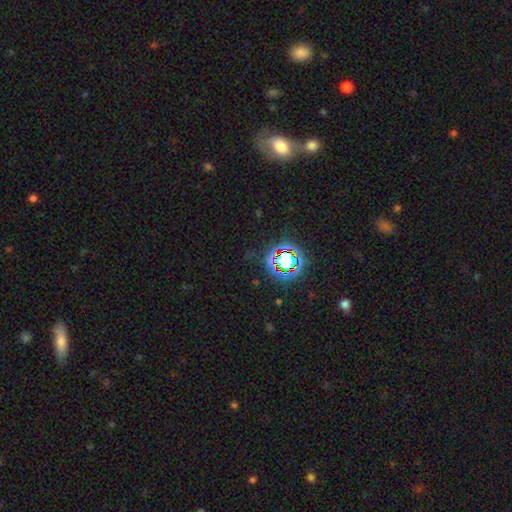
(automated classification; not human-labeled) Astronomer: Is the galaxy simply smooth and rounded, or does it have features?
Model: star or artifact — 73%.